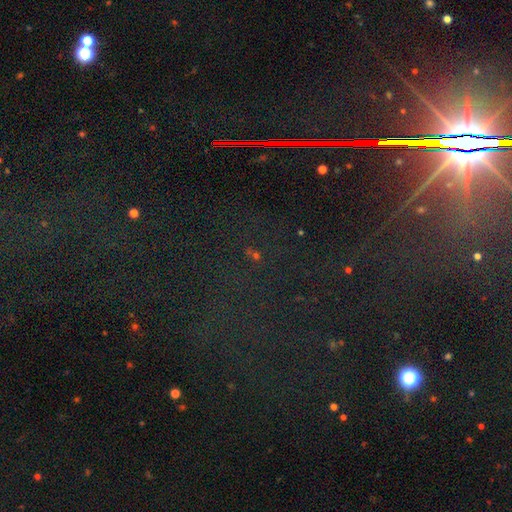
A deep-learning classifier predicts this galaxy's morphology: Overall: star or artifact (71%).